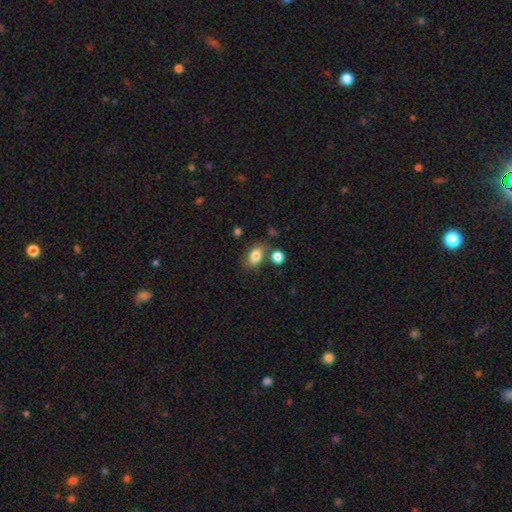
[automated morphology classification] Overall: smooth (82%). How rounded: in between (81%). Merging: none (70%).